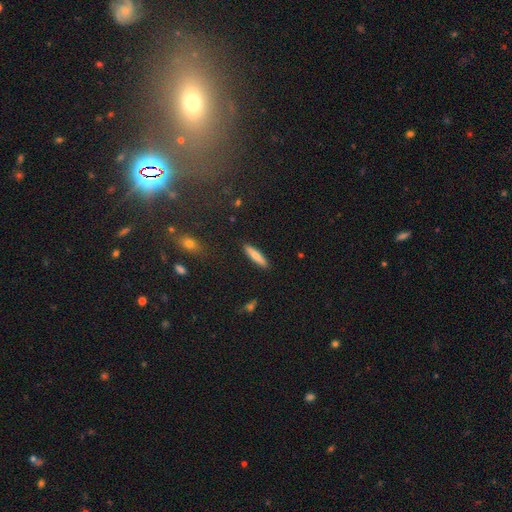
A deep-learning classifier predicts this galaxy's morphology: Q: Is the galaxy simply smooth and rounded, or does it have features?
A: smooth — 73%.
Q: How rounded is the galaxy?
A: cigar-shaped — 82%.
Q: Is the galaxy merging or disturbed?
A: none — 90%.